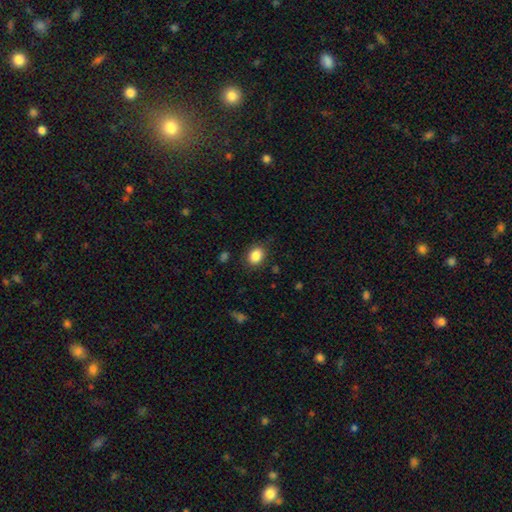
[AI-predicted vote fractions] Q: Smooth or featured?
A: smooth (86%); runner-up: star or artifact (9%)
Q: How rounded?
A: in between (59%); runner-up: round (40%)
Q: Merging?
A: none (83%); runner-up: minor disturbance (12%)